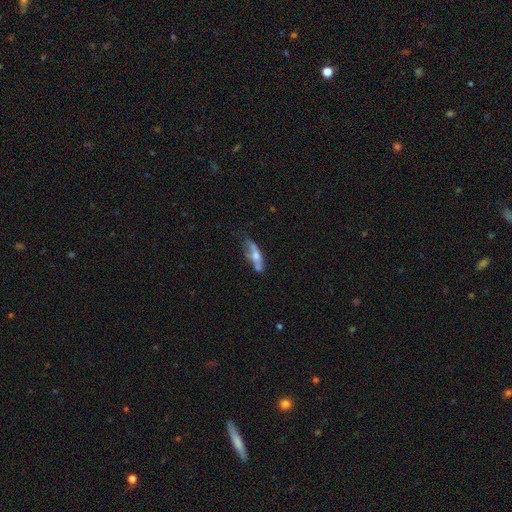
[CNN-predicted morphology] Q: Smooth or featured?
A: featured or disk (48%); runner-up: smooth (44%)
Q: Merging?
A: none (34%); runner-up: minor disturbance (25%)